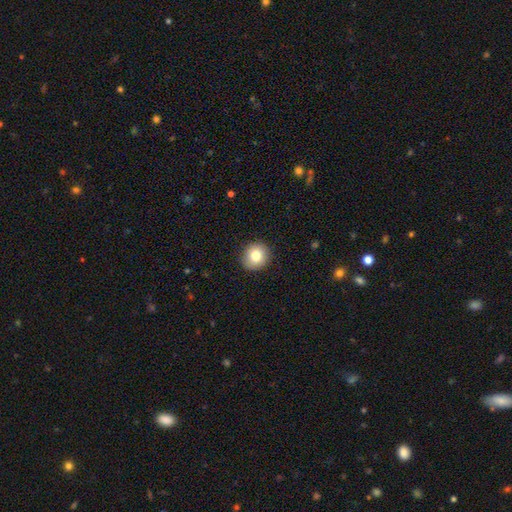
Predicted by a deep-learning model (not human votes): Smooth or featured?
  - smooth: 82% *
  - star or artifact: 9%
  - featured or disk: 9%
How rounded?
  - round: 89% *
  - in between: 10%
  - cigar-shaped: 1%
Merging?
  - none: 90% *
  - minor disturbance: 7%
  - major disturbance: 2%
  - merger: 1%